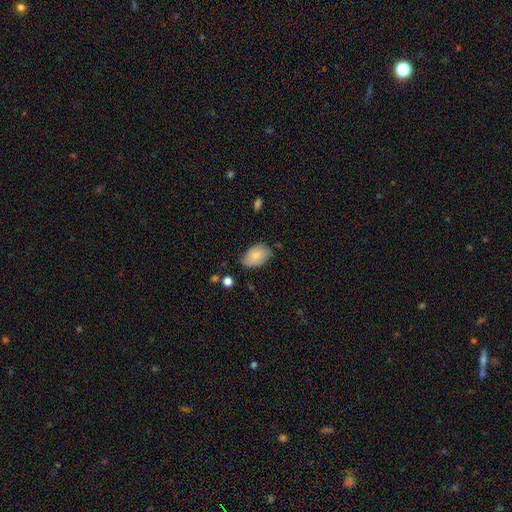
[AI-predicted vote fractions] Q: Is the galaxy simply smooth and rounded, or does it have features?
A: smooth — 78%.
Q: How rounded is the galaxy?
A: in between — 89%.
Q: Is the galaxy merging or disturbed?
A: none — 66%.